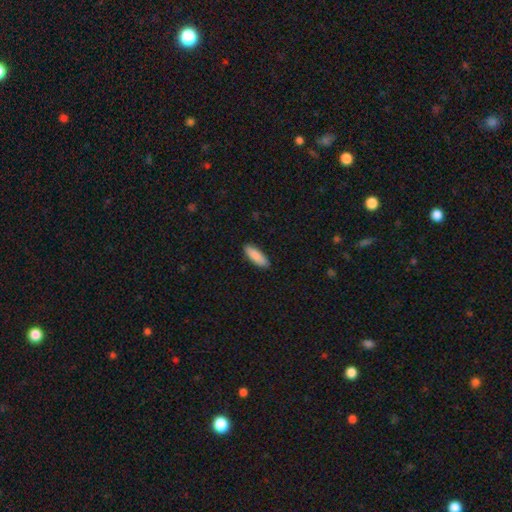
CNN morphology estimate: Smooth or featured? smooth (90%)
How rounded? in between (58%)
Merging? none (89%)